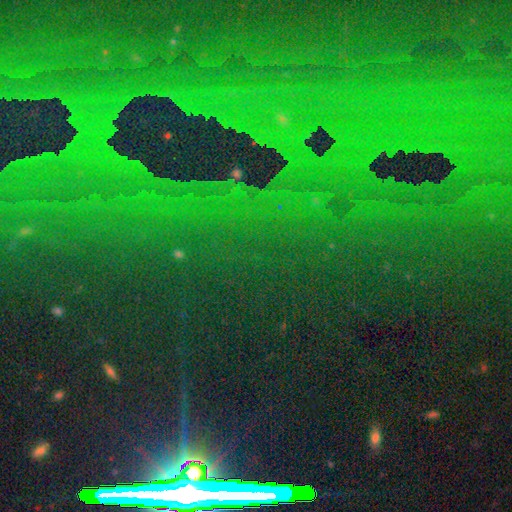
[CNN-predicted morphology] This appears to be a star or artifact, not a galaxy (84%).